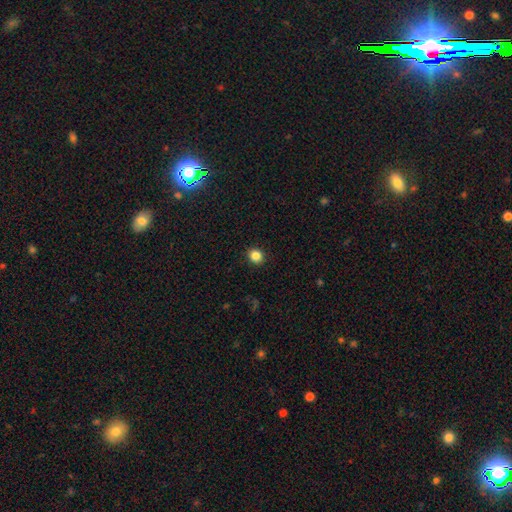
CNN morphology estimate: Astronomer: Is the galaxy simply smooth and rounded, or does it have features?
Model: smooth — 85%.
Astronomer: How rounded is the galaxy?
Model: round — 85%.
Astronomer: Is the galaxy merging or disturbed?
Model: none — 92%.